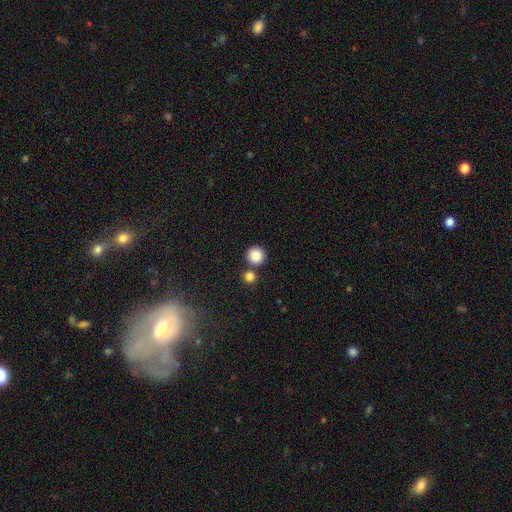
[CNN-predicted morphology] smooth 86%, star or artifact 10%, featured or disk 4%. Down the decision tree: how rounded — round (95%); merging — none (76%).